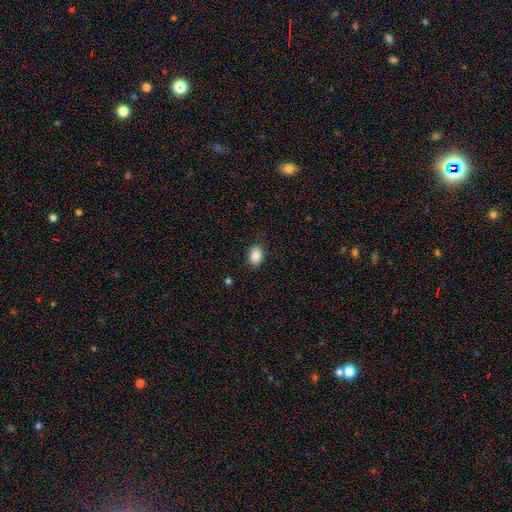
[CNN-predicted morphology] type=smooth (87%); roundness=in between (76%); merging=none (85%).